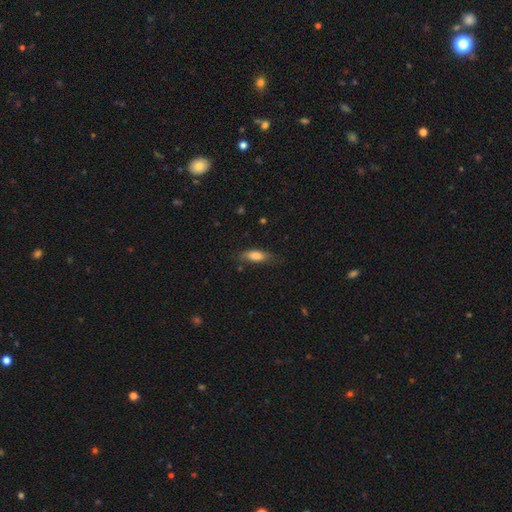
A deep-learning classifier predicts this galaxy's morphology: Overall: smooth (79%). How rounded: in between (65%; cigar-shaped 32%). Merging: none (67%).